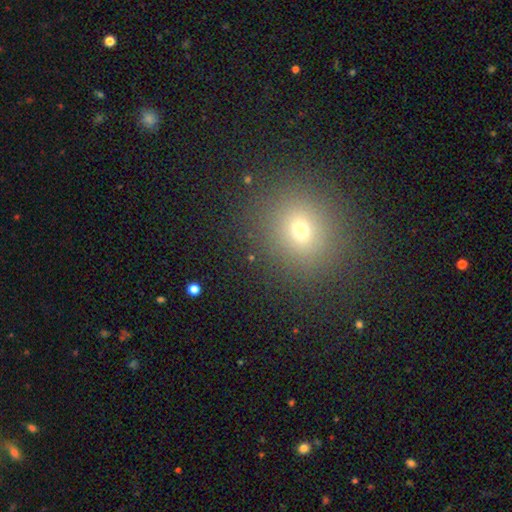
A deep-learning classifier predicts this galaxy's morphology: Smooth or featured?
  - smooth: 65% *
  - star or artifact: 26%
  - featured or disk: 9%
How rounded?
  - round: 81% *
  - in between: 18%
  - cigar-shaped: 1%
Merging?
  - none: 89% *
  - minor disturbance: 6%
  - major disturbance: 3%
  - merger: 1%